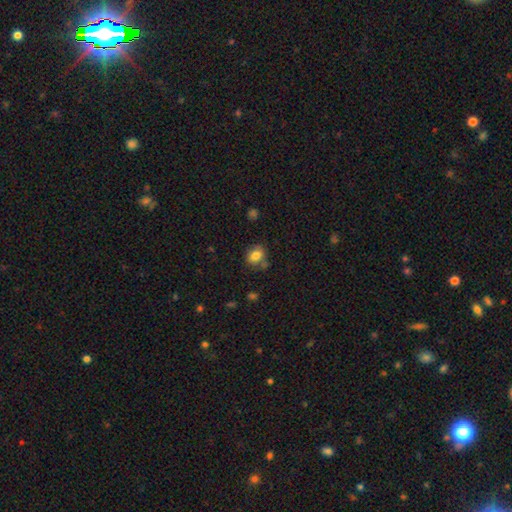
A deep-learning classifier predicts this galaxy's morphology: smooth_or_featured: smooth (p=0.81) [alt: star or artifact p=0.10]
how_rounded: in between (p=0.50) [alt: round p=0.49]
merging: none (p=0.70) [alt: minor disturbance p=0.17]